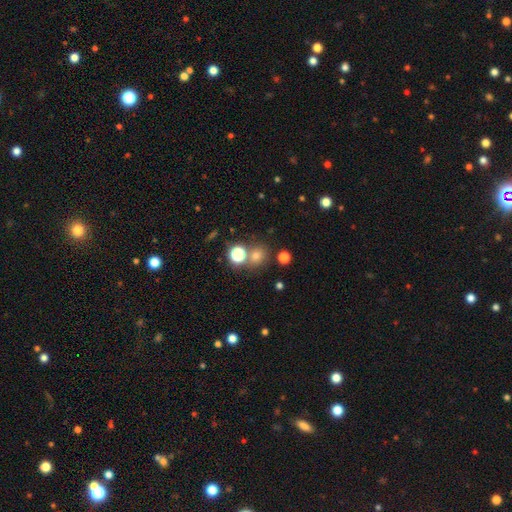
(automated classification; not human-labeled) The model was most divided on "smooth or featured": smooth: 67%, star or artifact: 25%, featured or disk: 7%. More confident: how rounded — round (81%); merging — none (72%).